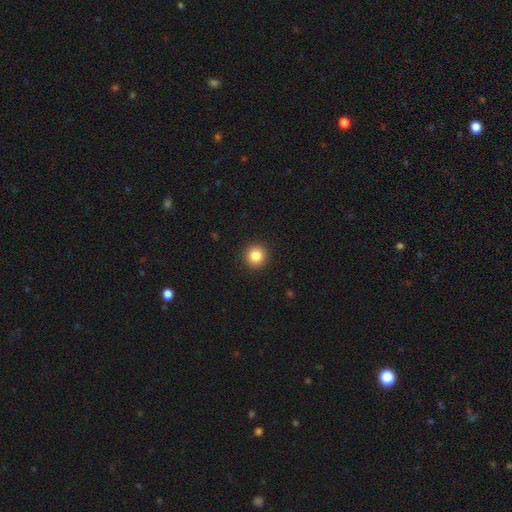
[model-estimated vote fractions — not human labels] This appears to be a smooth galaxy with no disk features (85%) that is round (94%). Merging: none (92%).